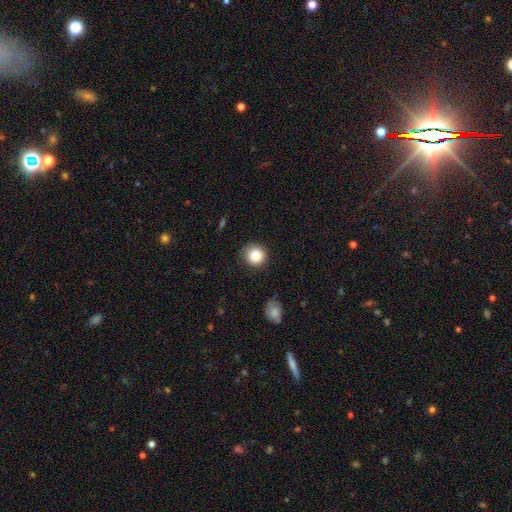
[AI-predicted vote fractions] A smooth galaxy with no disk features (85%) that is round (93%). Merging: none (84%).